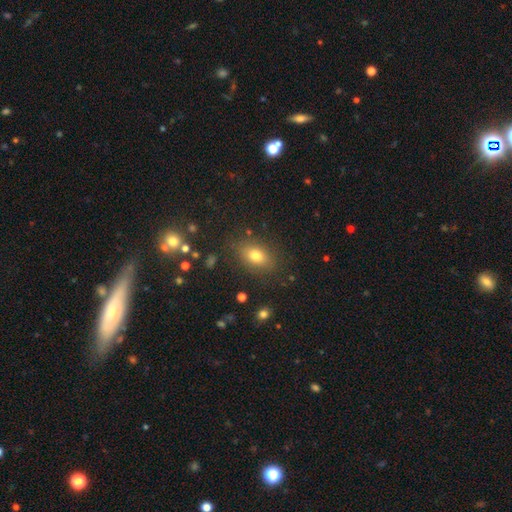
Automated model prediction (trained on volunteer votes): Smooth or featured?
  - smooth: 76% *
  - star or artifact: 12%
  - featured or disk: 11%
How rounded?
  - in between: 80% *
  - round: 17%
  - cigar-shaped: 3%
Merging?
  - none: 83% *
  - minor disturbance: 11%
  - major disturbance: 4%
  - merger: 2%